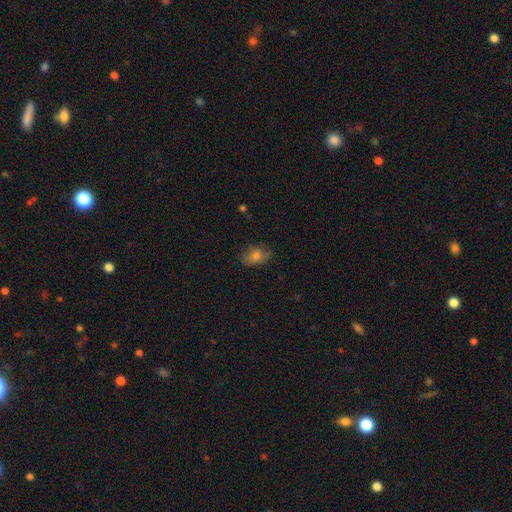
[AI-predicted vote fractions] This appears to be a smooth galaxy with no disk features (76%) that is in between round and cigar-shaped (78%). Merging: none (78%).